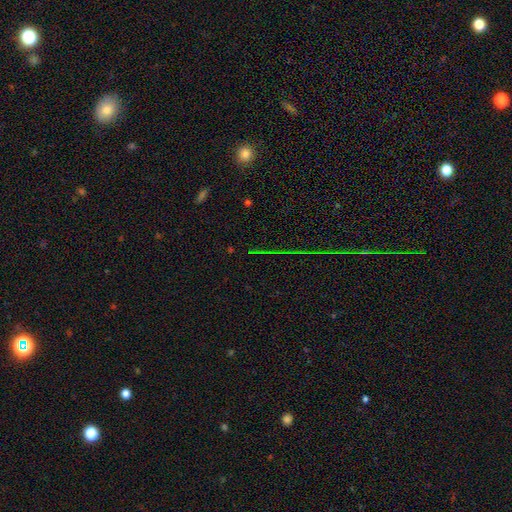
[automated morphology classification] This appears to be a star or artifact, not a galaxy (75%).